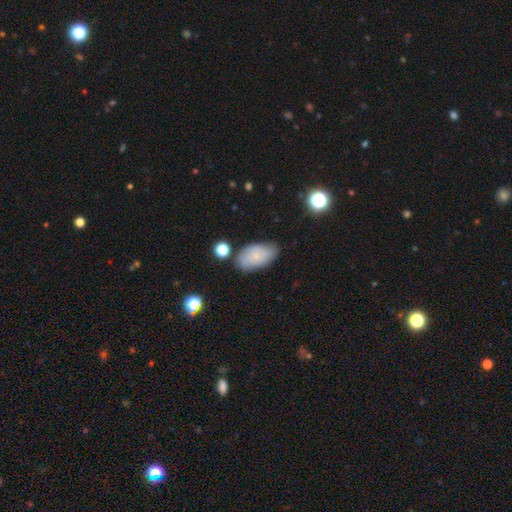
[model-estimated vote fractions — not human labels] Overall: smooth (70%). How rounded: in between (93%). Merging: none (71%).